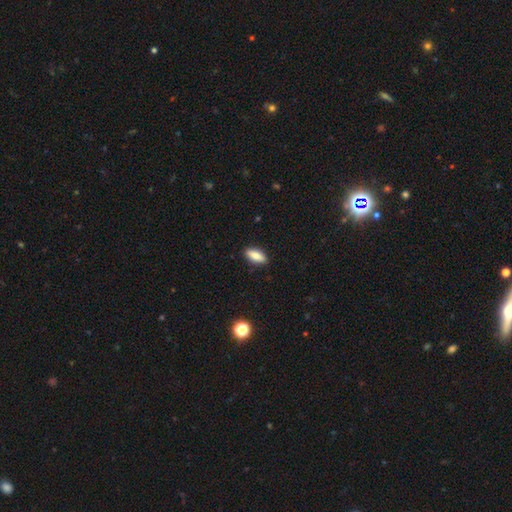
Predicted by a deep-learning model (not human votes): A smooth galaxy with no disk features (83%) that is in between round and cigar-shaped (81%). Merging: none (89%).